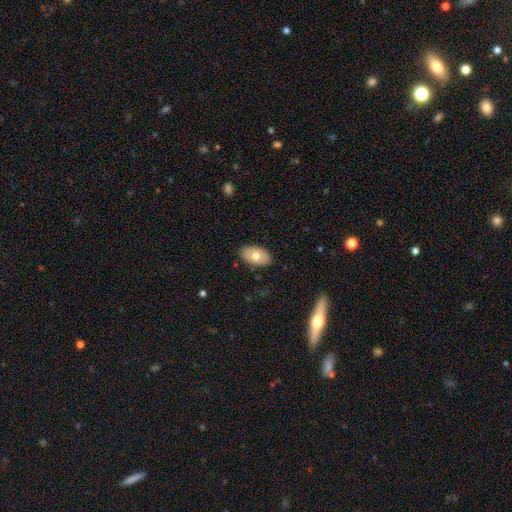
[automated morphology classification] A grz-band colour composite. It shows a smooth galaxy with no disk features (68%) that is in between round and cigar-shaped (93%). Merging: none (87%).